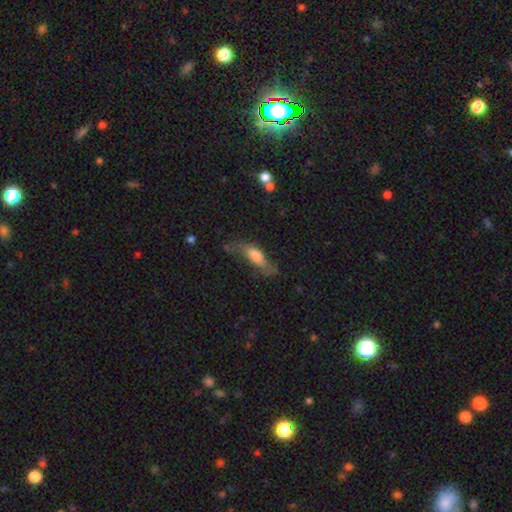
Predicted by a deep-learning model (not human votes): Smooth or featured: smooth — 51% (featured or disk — 41%)
How rounded: in between — 52% (cigar-shaped — 45%)
Merging: none — 47% (minor disturbance — 29%)